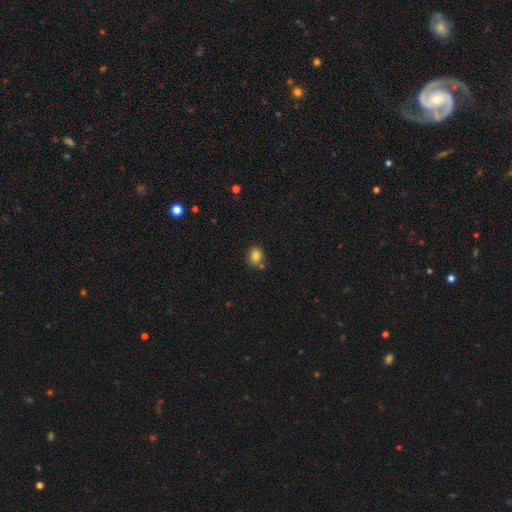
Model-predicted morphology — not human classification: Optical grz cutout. It shows a smooth galaxy with no disk features (83%) that is round (59%). Merging: none (73%).